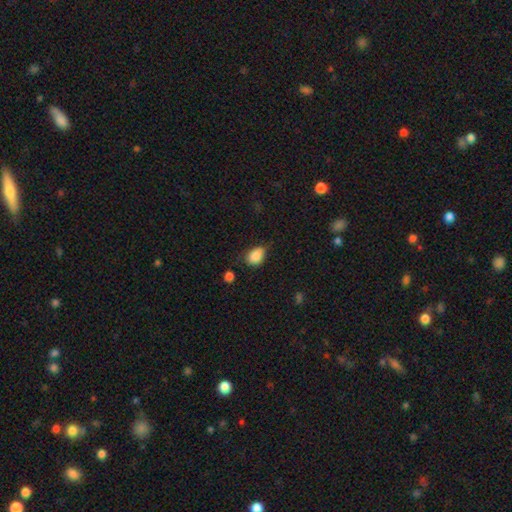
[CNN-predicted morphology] This appears to be a smooth galaxy with no disk features (86%) that is in between round and cigar-shaped (70%). Merging: none (53%).